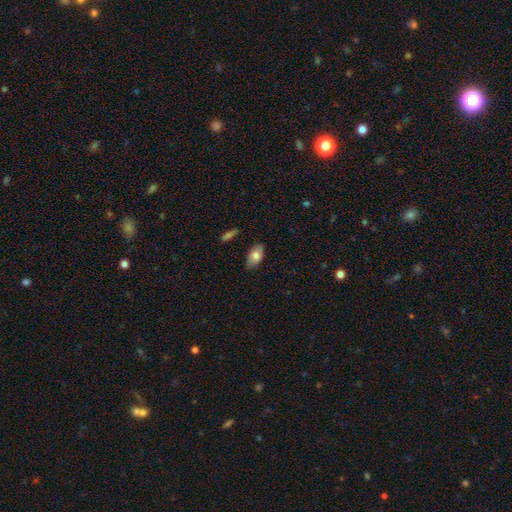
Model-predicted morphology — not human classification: Smooth or featured? smooth (76%)
How rounded? in between (91%)
Merging? none (75%)